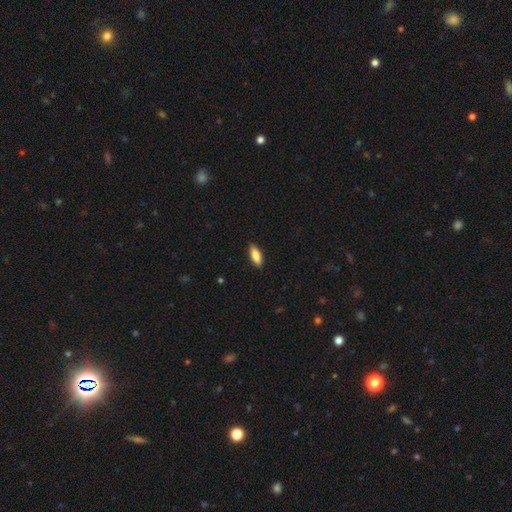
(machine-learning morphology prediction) smooth-or-featured: smooth: 85% | featured or disk: 9% | star or artifact: 6%
  how-rounded: in between: 77% | cigar-shaped: 21% | round: 2%
  merging: none: 88% | minor disturbance: 9% | major disturbance: 2% | merger: 1%